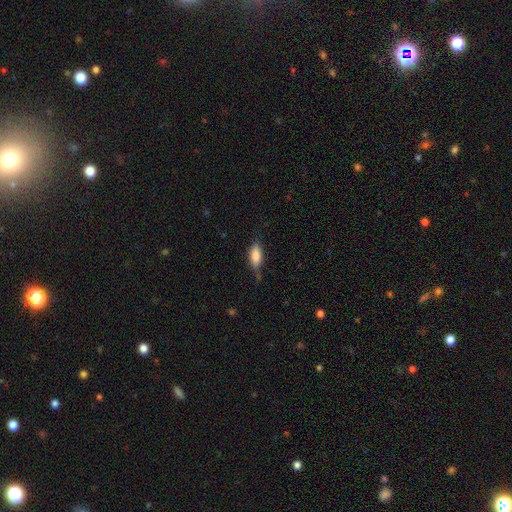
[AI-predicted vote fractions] Overall: smooth (78%). How rounded: in between (78%). Merging: none (59%; minor disturbance 30%).